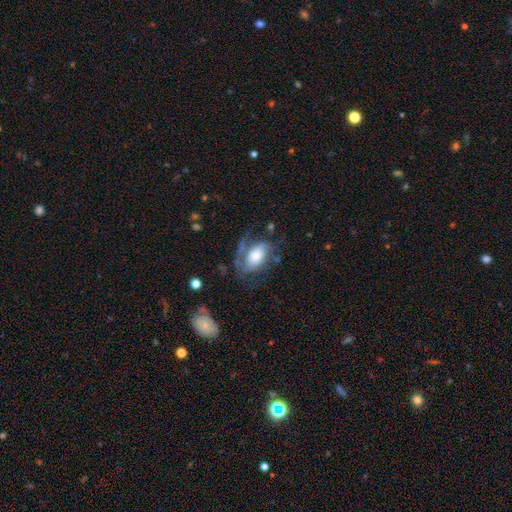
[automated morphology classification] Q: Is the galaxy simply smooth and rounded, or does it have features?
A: featured or disk — 59%.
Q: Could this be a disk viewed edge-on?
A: no — 95%.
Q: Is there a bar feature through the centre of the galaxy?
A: no — 71%.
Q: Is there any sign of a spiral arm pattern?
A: yes — 80%.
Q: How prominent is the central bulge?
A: large — 34%.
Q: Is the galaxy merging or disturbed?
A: none — 43%.